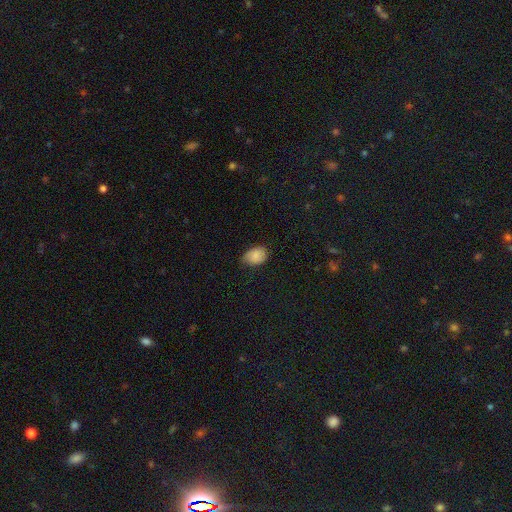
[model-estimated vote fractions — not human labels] This is clearly a smooth galaxy (85%). How rounded: likely in between (78%). Merging: likely none (67%).